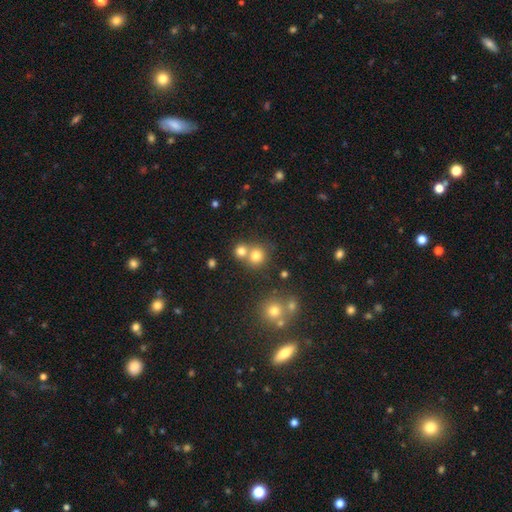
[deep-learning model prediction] smooth-or-featured: smooth: 75% | star or artifact: 15% | featured or disk: 10%
  how-rounded: round: 88% | in between: 11% | cigar-shaped: 1%
  merging: none: 55% | merger: 36% | minor disturbance: 7% | major disturbance: 3%